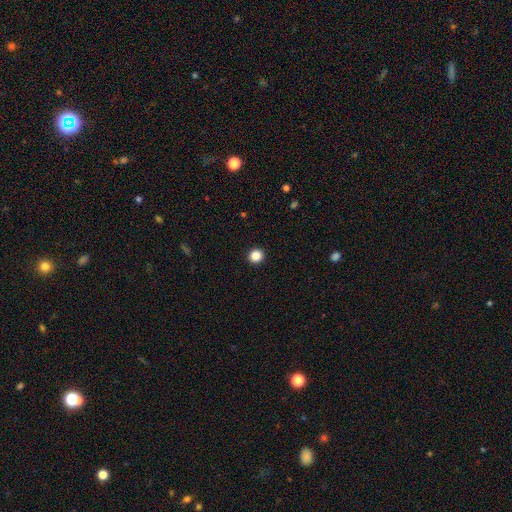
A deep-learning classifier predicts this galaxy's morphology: The model was most divided on "smooth or featured": smooth: 86%, star or artifact: 10%, featured or disk: 3%. More confident: merging — none (94%); how rounded — round (92%).